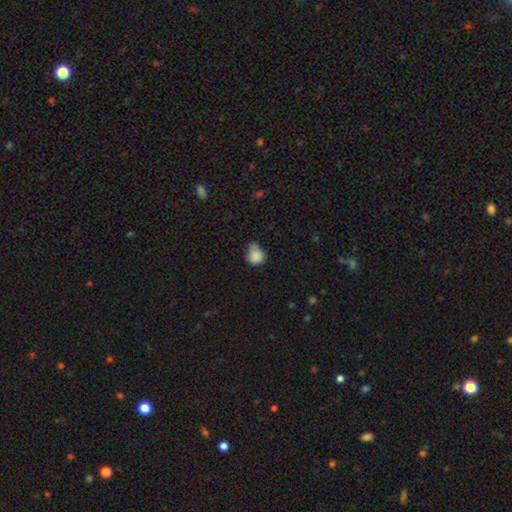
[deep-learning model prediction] smooth_or_featured: smooth (p=0.85) [alt: star or artifact p=0.09]
how_rounded: round (p=0.69) [alt: in between p=0.30]
merging: none (p=0.42) [alt: minor disturbance p=0.41]